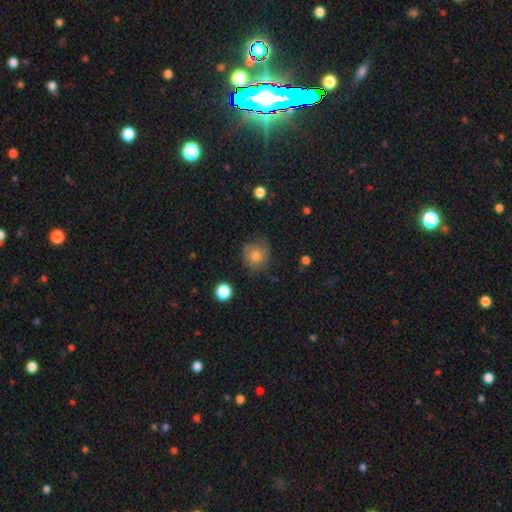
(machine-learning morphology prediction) A smooth galaxy with no disk features (70%) that is round (85%).

Vote fractions:
- Smooth or featured? smooth: 70% / featured or disk: 19% / star or artifact: 10%
- How rounded? round: 85% / in between: 14% / cigar-shaped: 1%
- Merging? none: 70% / minor disturbance: 21% / major disturbance: 8% / merger: 1%